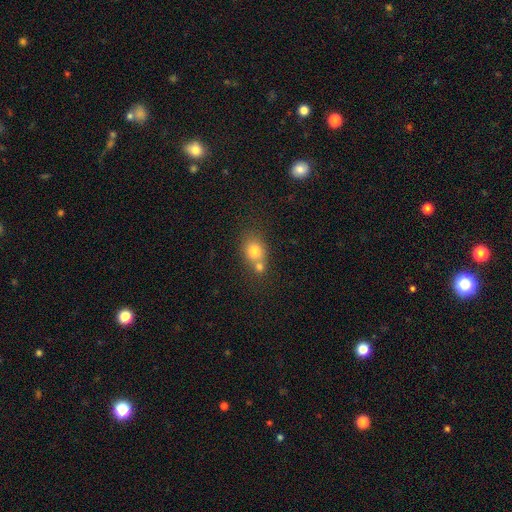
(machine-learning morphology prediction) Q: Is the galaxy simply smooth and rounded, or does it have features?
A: smooth — 69%.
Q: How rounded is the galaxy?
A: round — 69%.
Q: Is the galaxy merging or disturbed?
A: none — 48%.